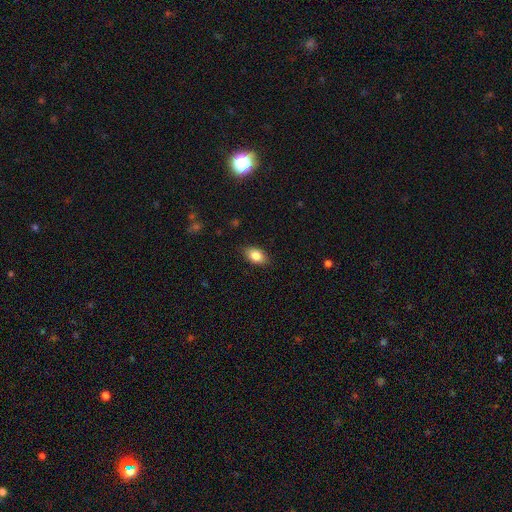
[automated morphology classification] smooth_or_featured: smooth (p=0.83) [alt: featured or disk p=0.09]
how_rounded: in between (p=0.88) [alt: round p=0.09]
merging: none (p=0.86) [alt: minor disturbance p=0.11]